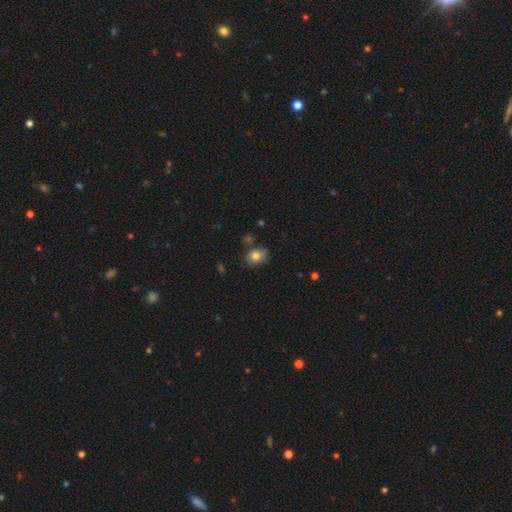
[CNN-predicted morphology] smooth_or_featured: smooth (p=0.80) [alt: featured or disk p=0.10]
how_rounded: in between (p=0.57) [alt: round p=0.42]
merging: none (p=0.65) [alt: minor disturbance p=0.23]